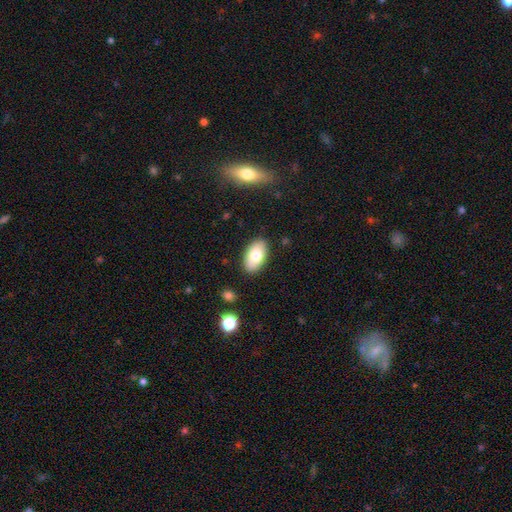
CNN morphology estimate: smooth 75%, featured or disk 17%, star or artifact 7%. Down the decision tree: how rounded — in between (94%); merging — none (87%).